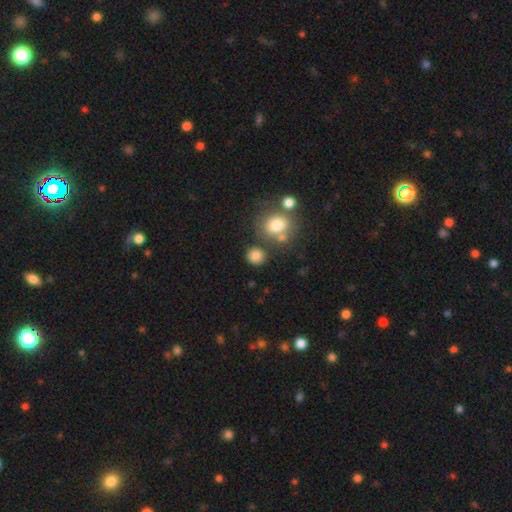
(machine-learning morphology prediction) smooth 82%, star or artifact 12%, featured or disk 6%. Down the decision tree: how rounded — round (88%); merging — none (75%).